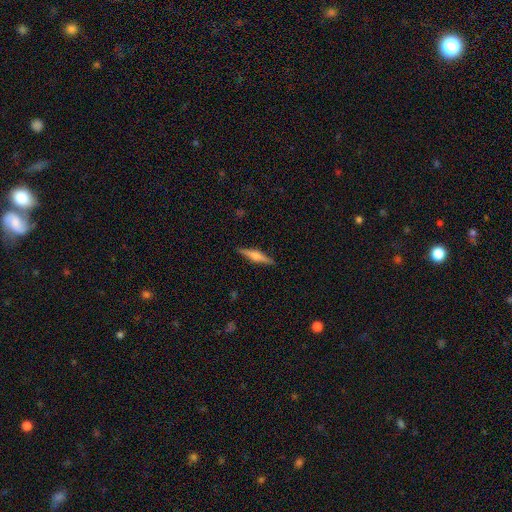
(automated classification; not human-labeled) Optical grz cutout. It shows a featured or disk galaxy (64%) viewed edge-on (98%) with a rounded central bulge (85%). Merging: none (91%).